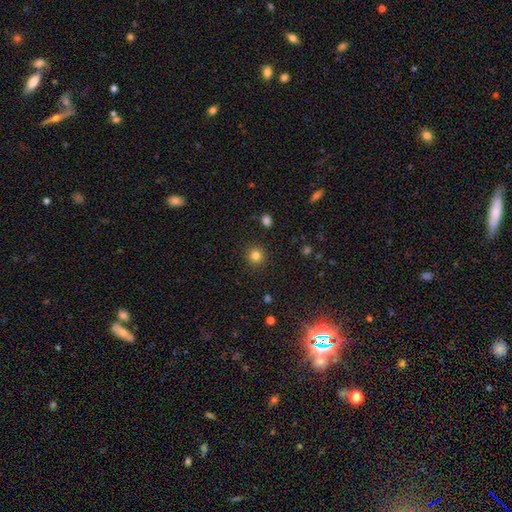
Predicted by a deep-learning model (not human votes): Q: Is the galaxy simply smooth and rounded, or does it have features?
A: smooth — 82%.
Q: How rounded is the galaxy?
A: round — 93%.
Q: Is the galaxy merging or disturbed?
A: none — 91%.